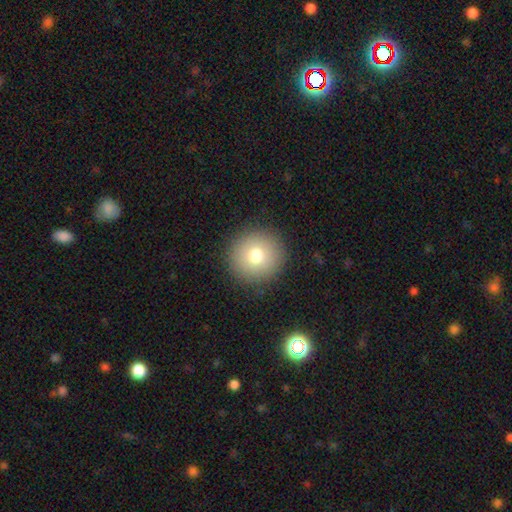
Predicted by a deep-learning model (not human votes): smooth-or-featured: smooth: 75% | featured or disk: 13% | star or artifact: 12%
  how-rounded: round: 94% | in between: 5% | cigar-shaped: 1%
  merging: none: 91% | minor disturbance: 6% | major disturbance: 2% | merger: 1%